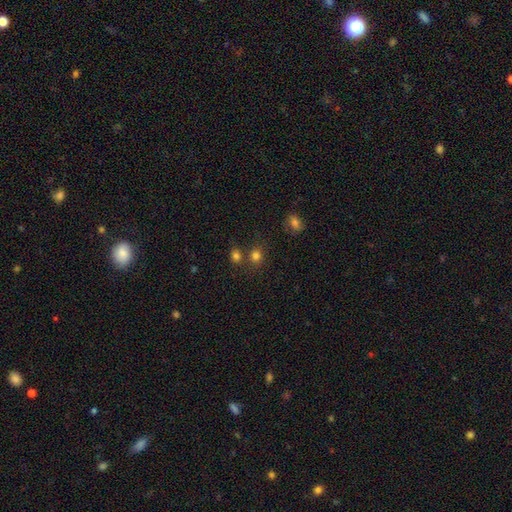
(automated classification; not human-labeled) A smooth galaxy with no disk features (79%) that is round (75%).

Vote fractions:
- Smooth or featured? smooth: 79% / star or artifact: 15% / featured or disk: 6%
- How rounded? round: 75% / in between: 24% / cigar-shaped: 1%
- Merging? none: 66% / merger: 21% / minor disturbance: 9% / major disturbance: 4%